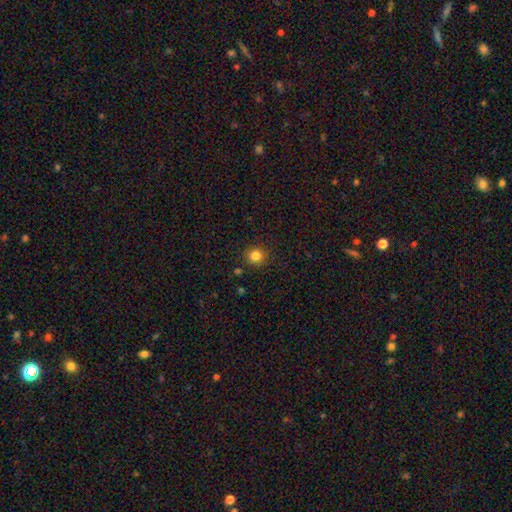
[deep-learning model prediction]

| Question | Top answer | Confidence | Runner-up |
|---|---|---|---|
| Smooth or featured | smooth | 83% | star or artifact (12%) |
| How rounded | round | 89% | in between (11%) |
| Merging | none | 90% | minor disturbance (7%) |